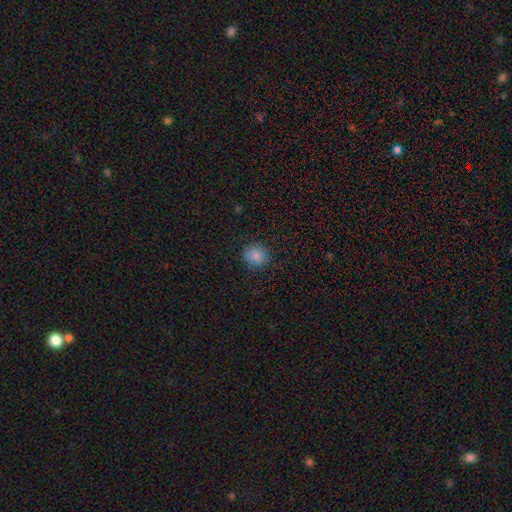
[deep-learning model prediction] A smooth galaxy with no disk features (83%) that is round (86%).

Vote fractions:
- Smooth or featured? smooth: 83% / star or artifact: 11% / featured or disk: 6%
- How rounded? round: 86% / in between: 14% / cigar-shaped: 1%
- Merging? none: 88% / minor disturbance: 8% / major disturbance: 3% / merger: 1%